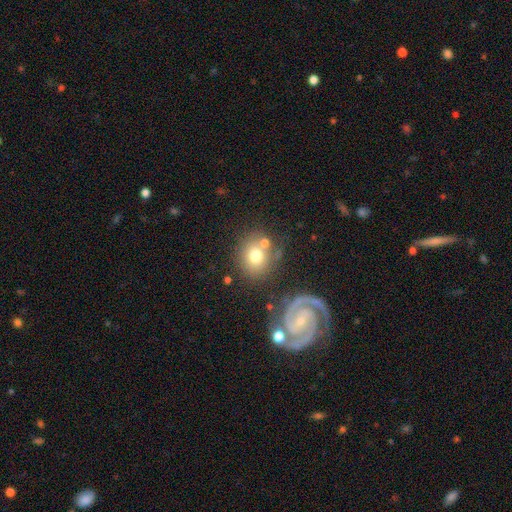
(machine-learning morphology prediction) Smooth or featured? smooth (69%)
How rounded? round (70%)
Merging? none (62%)